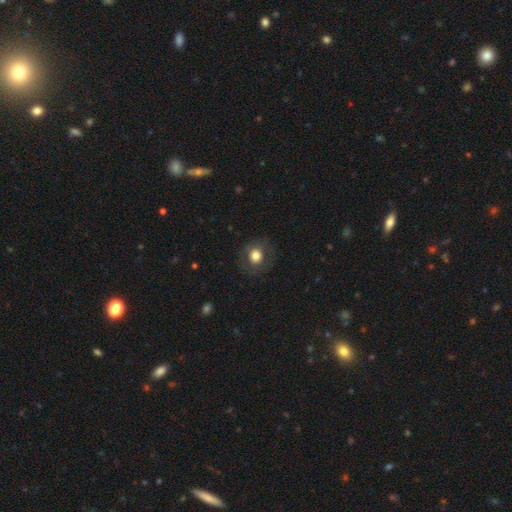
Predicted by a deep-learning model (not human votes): Overall: smooth (75%). How rounded: round (78%). Merging: none (82%).